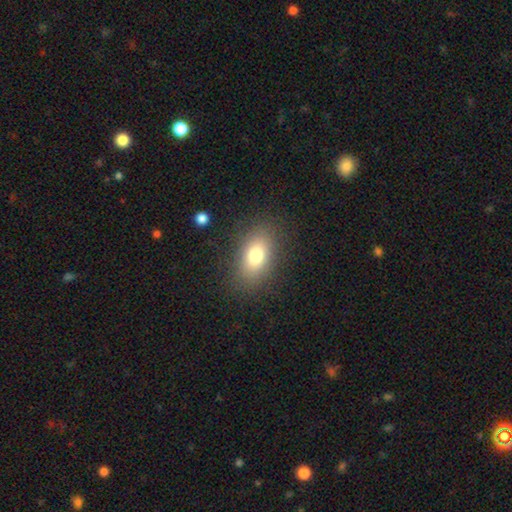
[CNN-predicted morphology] A smooth galaxy with no disk features (76%) that is in between round and cigar-shaped (85%). Merging: none (85%).